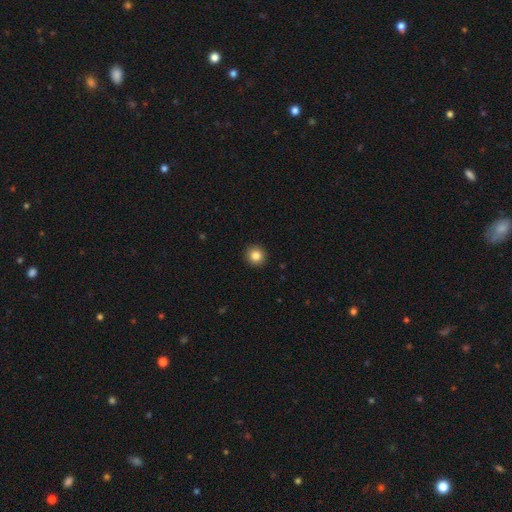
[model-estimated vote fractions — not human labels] smooth_or_featured: smooth (p=0.85) [alt: star or artifact p=0.10]
how_rounded: round (p=0.93) [alt: in between p=0.06]
merging: none (p=0.93) [alt: minor disturbance p=0.05]